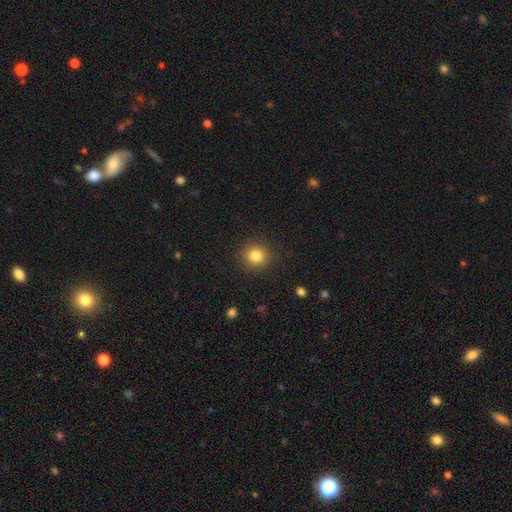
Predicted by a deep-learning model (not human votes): This appears to be a smooth galaxy with no disk features (83%) that is round (89%). Merging: none (89%).